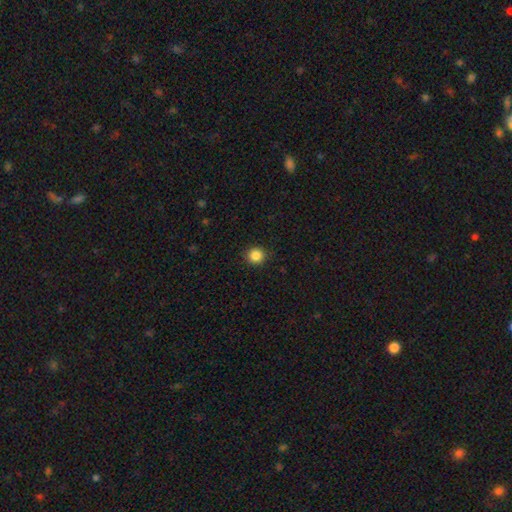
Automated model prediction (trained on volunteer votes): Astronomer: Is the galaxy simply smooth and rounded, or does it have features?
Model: smooth — 86%.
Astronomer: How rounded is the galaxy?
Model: round — 93%.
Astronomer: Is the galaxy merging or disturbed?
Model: none — 91%.